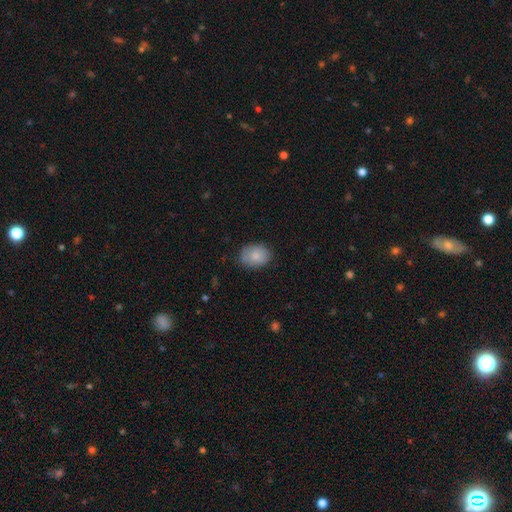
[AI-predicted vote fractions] This appears to be a smooth galaxy with no disk features (82%) that is in between round and cigar-shaped (61%). Merging: none (76%).